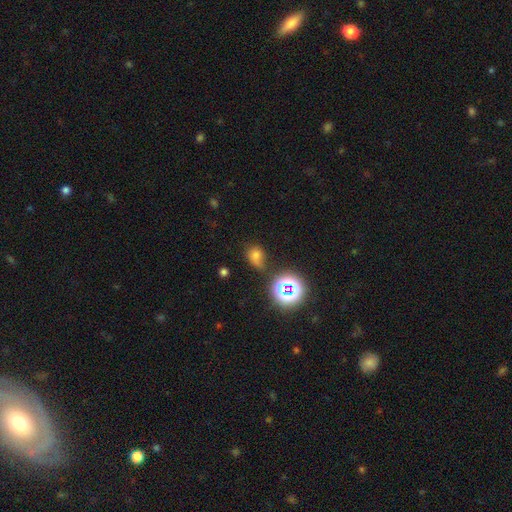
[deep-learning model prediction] Morphology: type=smooth (61%); roundness=round (58%); merging=none (50%).